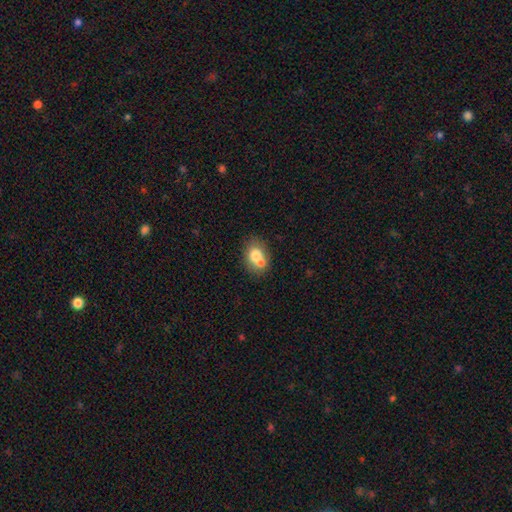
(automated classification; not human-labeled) Overall: smooth (70%). How rounded: in between (56%; round 43%). Merging: merger (48%; none 38%).